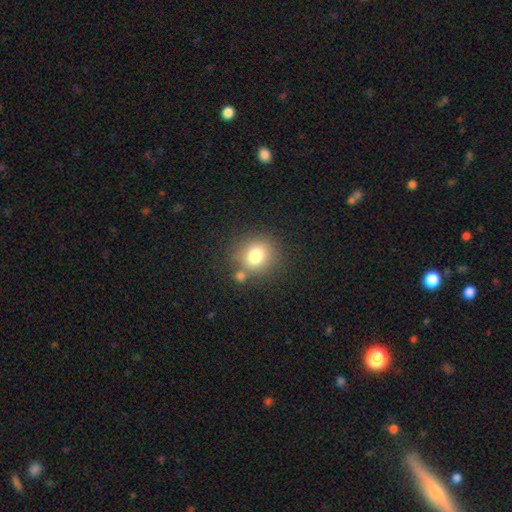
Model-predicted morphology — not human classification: Smooth or featured? smooth (78%)
How rounded? round (82%)
Merging? none (70%)